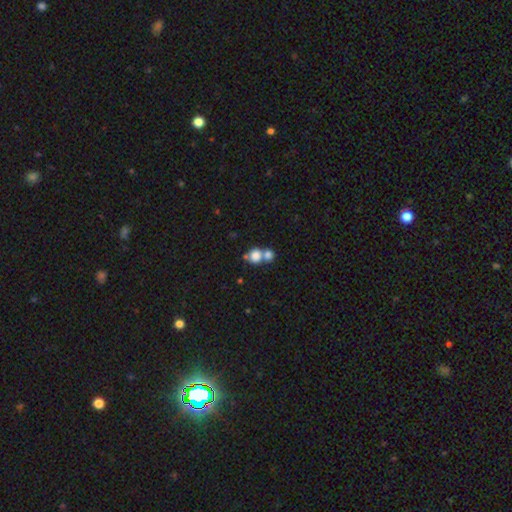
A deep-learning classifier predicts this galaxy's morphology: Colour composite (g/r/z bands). It shows a smooth galaxy with no disk features (80%) that is round (78%). Merging: merger (53%).